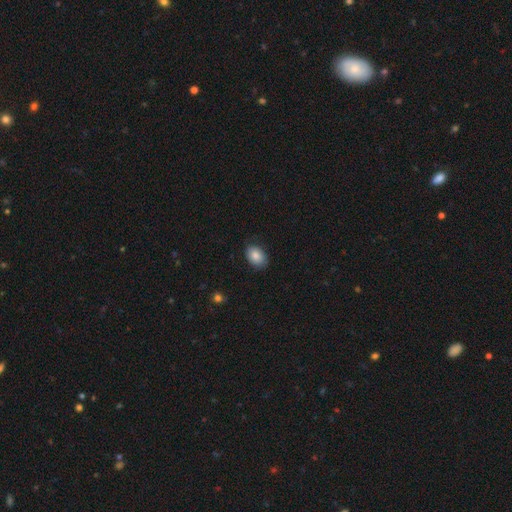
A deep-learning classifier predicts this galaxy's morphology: Q: Smooth or featured?
A: smooth (85%); runner-up: star or artifact (7%)
Q: How rounded?
A: in between (80%); runner-up: round (19%)
Q: Merging?
A: none (83%); runner-up: minor disturbance (14%)